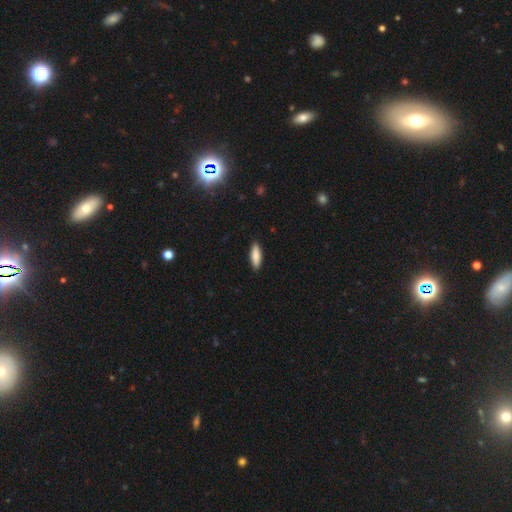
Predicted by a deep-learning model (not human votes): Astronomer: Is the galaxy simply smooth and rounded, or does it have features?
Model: smooth — 86%.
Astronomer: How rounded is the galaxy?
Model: in between — 51% (runner-up: cigar-shaped, 47%).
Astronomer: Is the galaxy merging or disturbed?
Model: none — 90%.